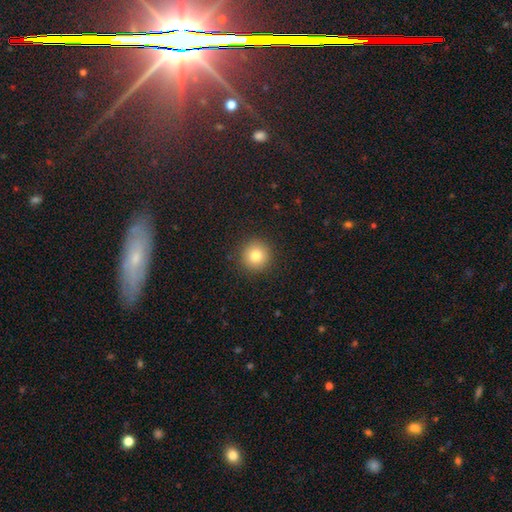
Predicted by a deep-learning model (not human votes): smooth-or-featured: smooth: 81% | star or artifact: 11% | featured or disk: 8%
  how-rounded: round: 95% | in between: 5% | cigar-shaped: 1%
  merging: none: 91% | minor disturbance: 6% | major disturbance: 2% | merger: 1%